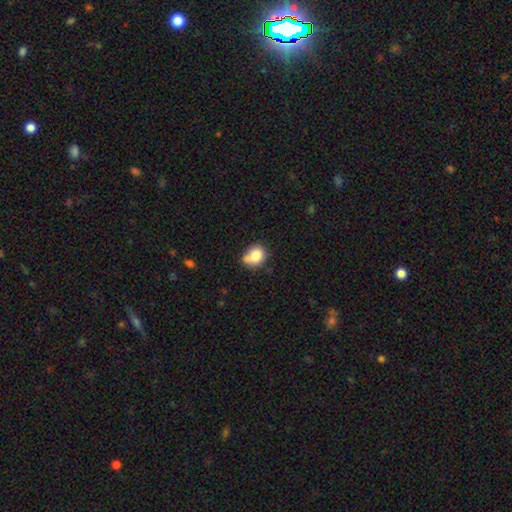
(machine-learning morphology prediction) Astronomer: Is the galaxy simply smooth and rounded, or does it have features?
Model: smooth — 79%.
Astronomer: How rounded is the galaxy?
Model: round — 60% (runner-up: in between, 39%).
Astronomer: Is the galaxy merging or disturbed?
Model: none — 49% (runner-up: merger, 24%).